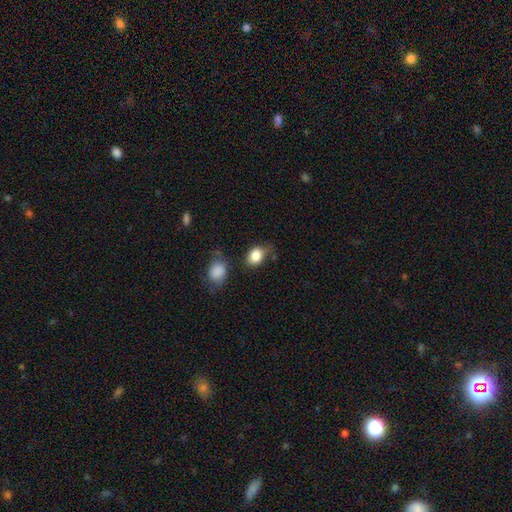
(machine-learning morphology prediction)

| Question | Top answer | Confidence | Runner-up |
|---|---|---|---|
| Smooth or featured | smooth | 83% | star or artifact (9%) |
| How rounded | in between | 63% | round (36%) |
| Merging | none | 59% | minor disturbance (26%) |